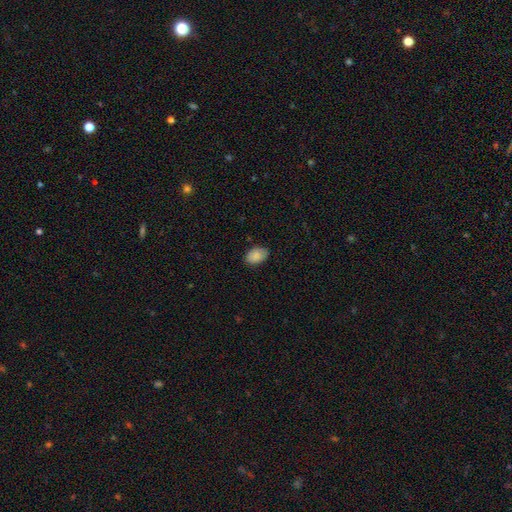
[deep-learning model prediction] Q: Smooth or featured?
A: smooth (87%); runner-up: star or artifact (7%)
Q: How rounded?
A: in between (85%); runner-up: round (14%)
Q: Merging?
A: none (82%); runner-up: minor disturbance (14%)